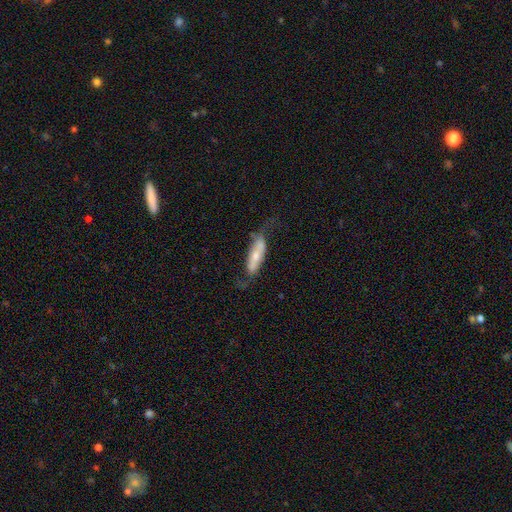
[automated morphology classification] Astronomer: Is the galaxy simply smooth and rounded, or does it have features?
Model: featured or disk — 51% (runner-up: smooth, 43%).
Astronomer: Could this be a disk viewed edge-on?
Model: no — 63%.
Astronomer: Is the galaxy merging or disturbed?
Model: none — 49% (runner-up: minor disturbance, 27%).